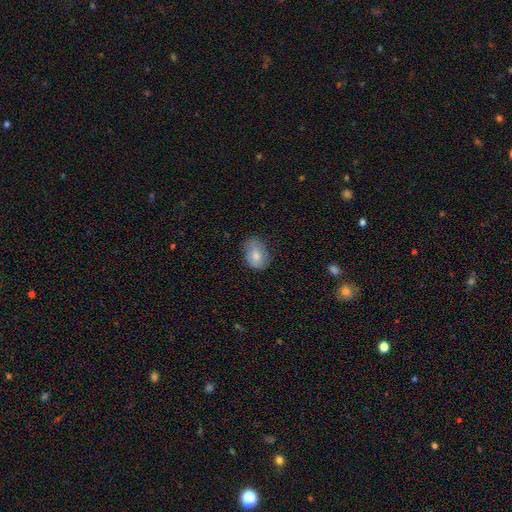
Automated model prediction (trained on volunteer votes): Q: Smooth or featured?
A: smooth (74%); runner-up: featured or disk (19%)
Q: How rounded?
A: in between (78%); runner-up: round (20%)
Q: Merging?
A: none (64%); runner-up: minor disturbance (28%)